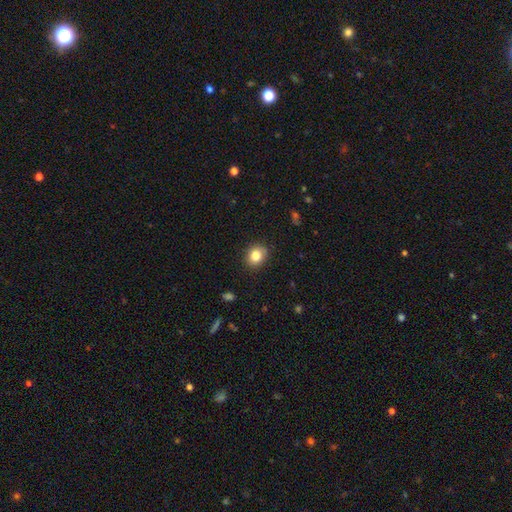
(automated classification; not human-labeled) This is clearly a smooth galaxy (83%). How rounded: likely round (64%). Merging: clearly none (87%).